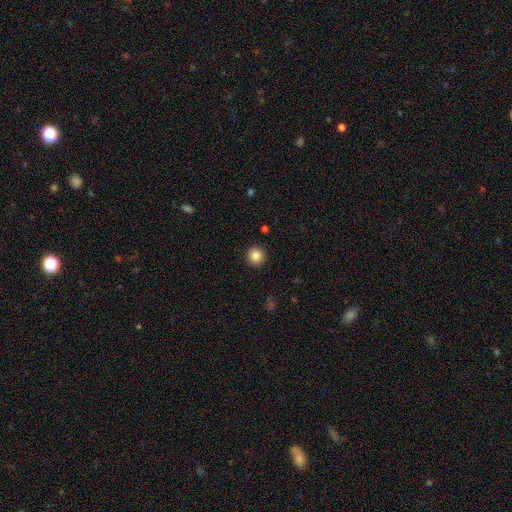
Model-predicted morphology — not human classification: This appears to be a smooth galaxy with no disk features (86%) that is round (95%). Merging: none (93%).